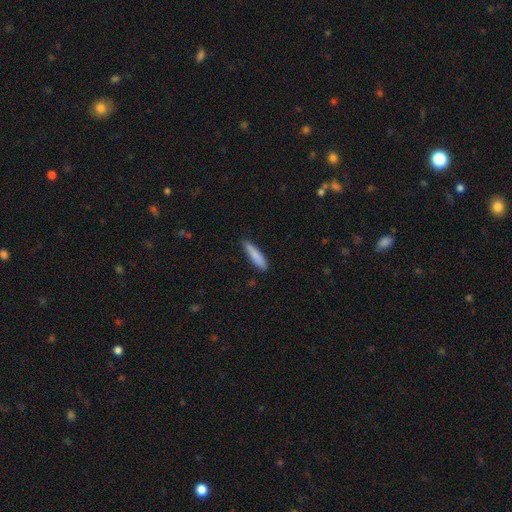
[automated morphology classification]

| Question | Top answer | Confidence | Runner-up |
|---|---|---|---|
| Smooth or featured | smooth | 86% | featured or disk (9%) |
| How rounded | cigar-shaped | 85% | in between (14%) |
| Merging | none | 82% | minor disturbance (15%) |